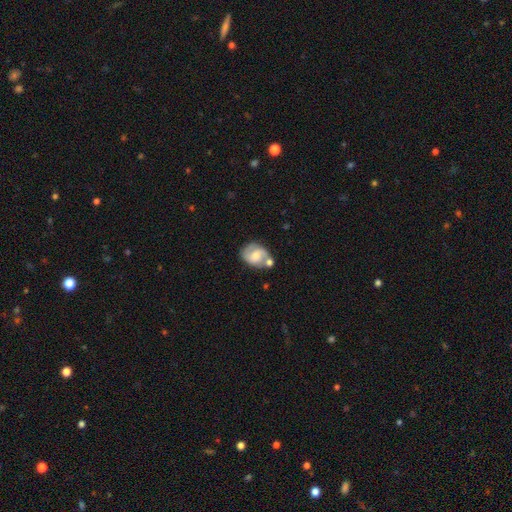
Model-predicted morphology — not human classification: A featured or disk galaxy (50%). Merging: none (45%).